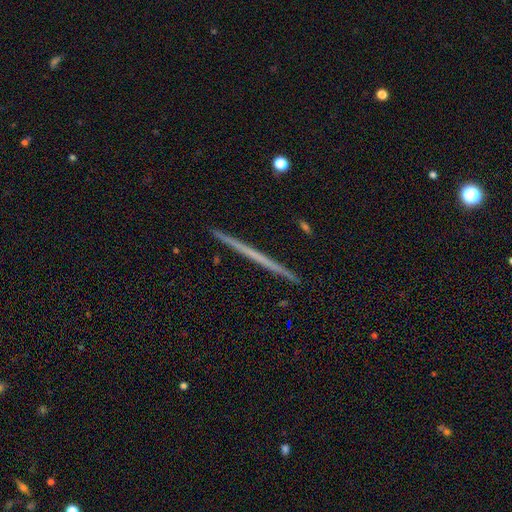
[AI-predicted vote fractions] Smooth or featured? featured or disk (60%)
Edge-on disk? yes (98%)
Edge-on bulge? none (90%)
Merging? none (93%)